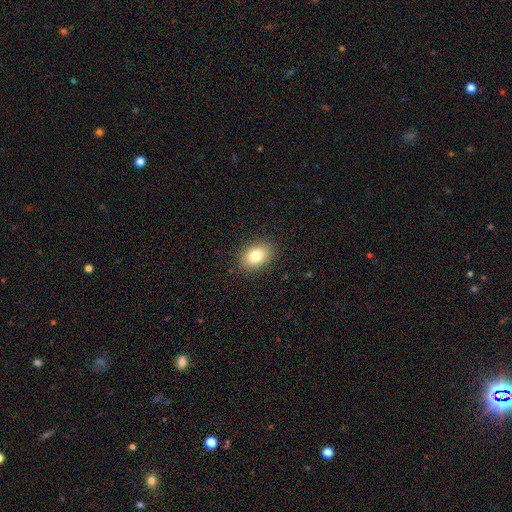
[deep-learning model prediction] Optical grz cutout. It shows a smooth galaxy with no disk features (81%) that is in between round and cigar-shaped (83%). Merging: none (88%).